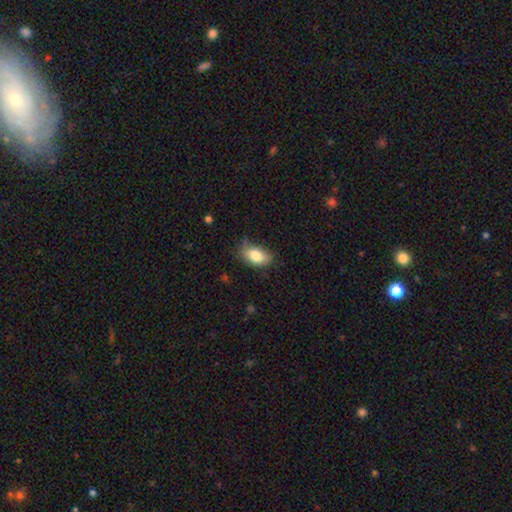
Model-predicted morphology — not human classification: The model was most divided on "merging": none: 68%, minor disturbance: 25%, major disturbance: 5%, merger: 2%. More confident: how rounded — in between (90%); smooth or featured — smooth (82%).